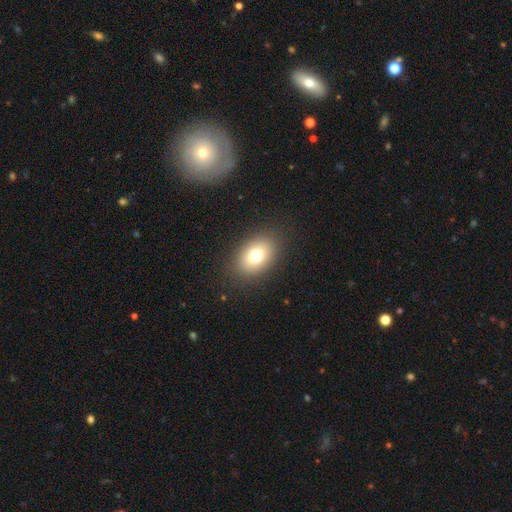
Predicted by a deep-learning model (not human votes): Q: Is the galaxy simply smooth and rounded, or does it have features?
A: smooth — 75%.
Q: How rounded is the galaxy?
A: in between — 77%.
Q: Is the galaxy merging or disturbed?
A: none — 87%.